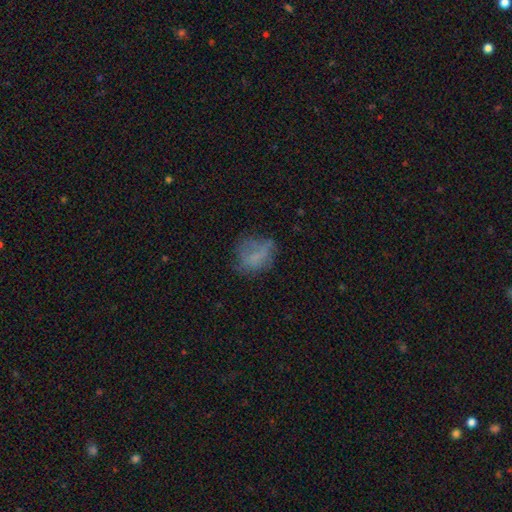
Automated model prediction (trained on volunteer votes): Morphology: type=smooth (60%); roundness=in between (50%); merging=none (50%).